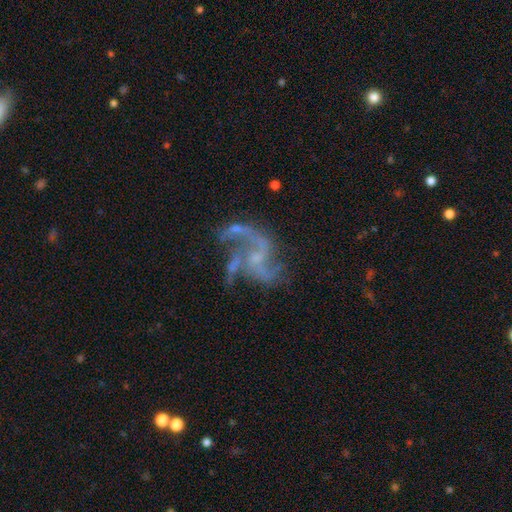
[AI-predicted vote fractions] The model was most divided on "spiral arm count": 2: 42%, 3: 30%, can't tell: 9%, 4: 7%, 1: 6%, more than 4: 5%. Remaining: edge-on disk — no (98%); spiral arms — yes (94%); smooth or featured — featured or disk (87%); spiral winding — loose (63%); bulge size — small (61%); bar — no (54%); merging — none (48%).